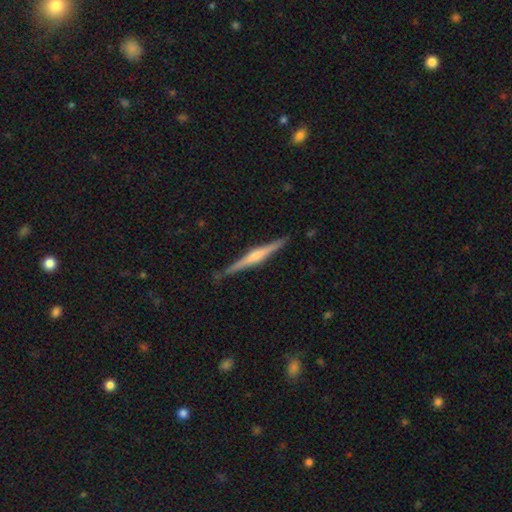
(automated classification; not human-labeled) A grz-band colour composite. It shows a featured or disk galaxy (82%) viewed edge-on (98%) with a rounded central bulge (79%). Merging: none (90%).